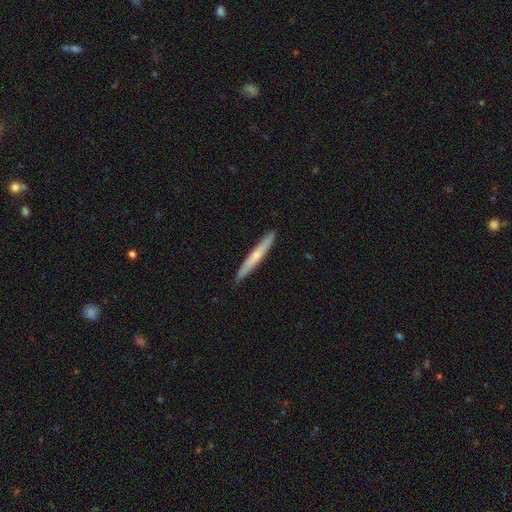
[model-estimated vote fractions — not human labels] Morphology: type=smooth (52%); roundness=cigar-shaped (96%); merging=none (91%).